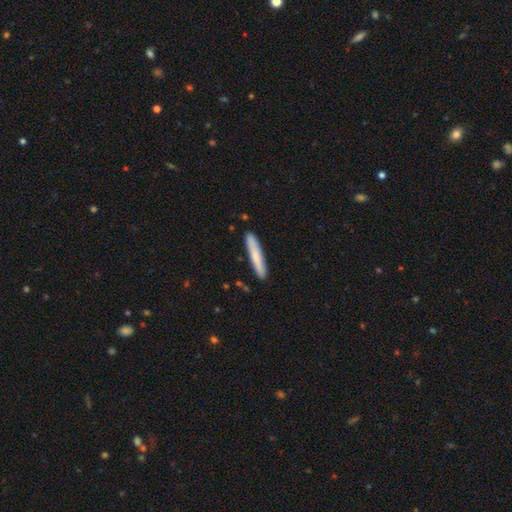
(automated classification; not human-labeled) Smooth or featured? smooth (73%)
How rounded? cigar-shaped (94%)
Merging? none (89%)